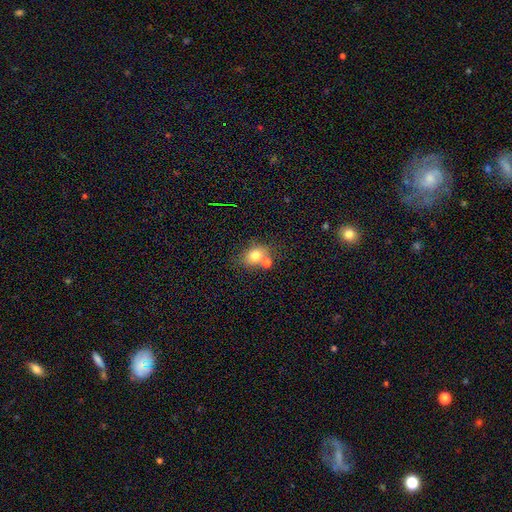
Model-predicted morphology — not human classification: Overall: smooth (76%). How rounded: in between (56%; round 43%). Merging: none (52%; merger 31%).